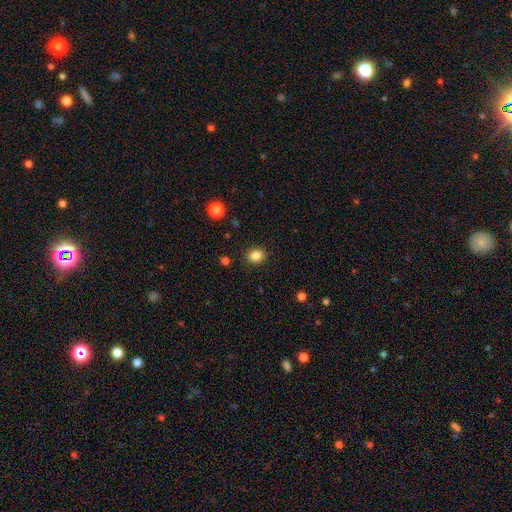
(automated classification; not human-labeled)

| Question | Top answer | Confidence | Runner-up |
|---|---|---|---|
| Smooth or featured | smooth | 85% | star or artifact (11%) |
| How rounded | round | 59% | in between (41%) |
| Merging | none | 89% | minor disturbance (7%) |